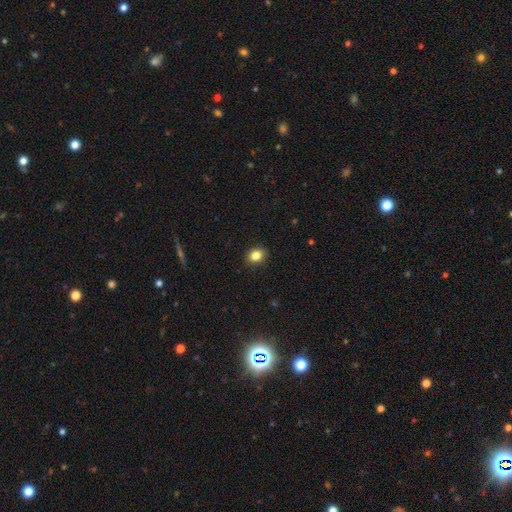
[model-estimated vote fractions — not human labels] smooth-or-featured: smooth: 84% | star or artifact: 10% | featured or disk: 6%
  how-rounded: round: 56% | in between: 43% | cigar-shaped: 1%
  merging: none: 89% | minor disturbance: 8% | major disturbance: 2% | merger: 1%